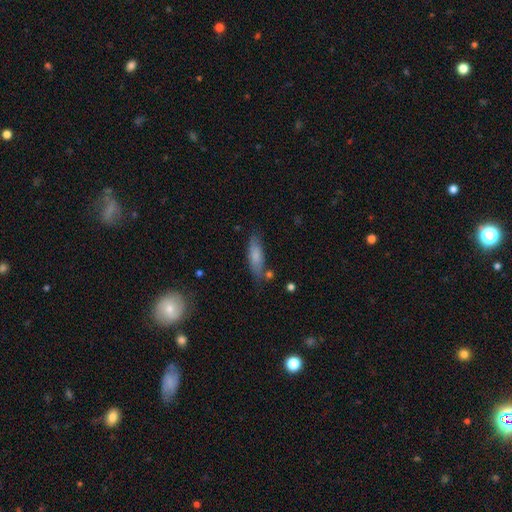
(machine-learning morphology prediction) smooth_or_featured: smooth (p=0.76) [alt: featured or disk p=0.17]
how_rounded: in between (p=0.50) [alt: cigar-shaped p=0.48]
merging: none (p=0.68) [alt: minor disturbance p=0.21]